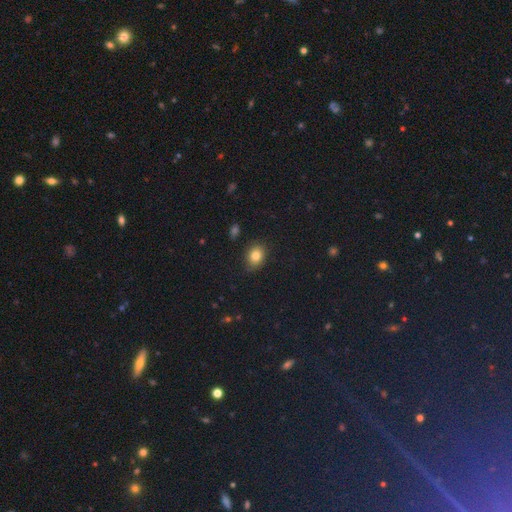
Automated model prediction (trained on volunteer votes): smooth-or-featured: smooth: 81% | star or artifact: 11% | featured or disk: 8%
  how-rounded: in between: 54% | round: 45% | cigar-shaped: 1%
  merging: none: 84% | minor disturbance: 12% | major disturbance: 3% | merger: 1%